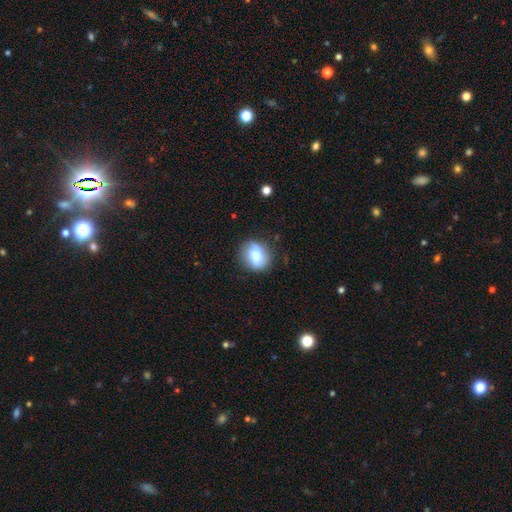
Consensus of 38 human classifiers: Volunteers were most divided on "smooth or featured": featured or disk: 53%, smooth: 45%, star or artifact: 3%. Remaining: edge-on disk — no (100%); spiral arm count — 2 (88%); spiral arms — yes (85%); merging — none (73%); bulge size — moderate (65%); bar — no (50%); spiral winding — loose (47%).